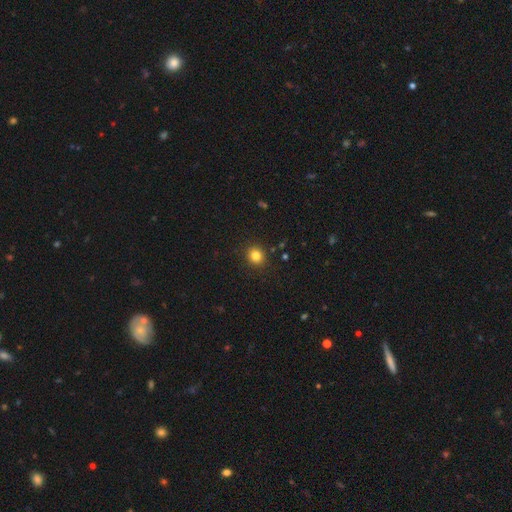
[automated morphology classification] smooth-or-featured: smooth: 82% | star or artifact: 12% | featured or disk: 5%
  how-rounded: round: 85% | in between: 14% | cigar-shaped: 1%
  merging: none: 90% | minor disturbance: 6% | major disturbance: 2% | merger: 1%